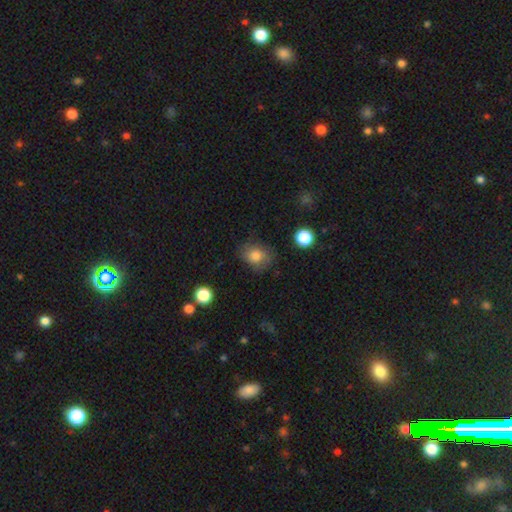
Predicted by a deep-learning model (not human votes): This appears to be a smooth galaxy with no disk features (74%) that is round (59%). Merging: none (68%).